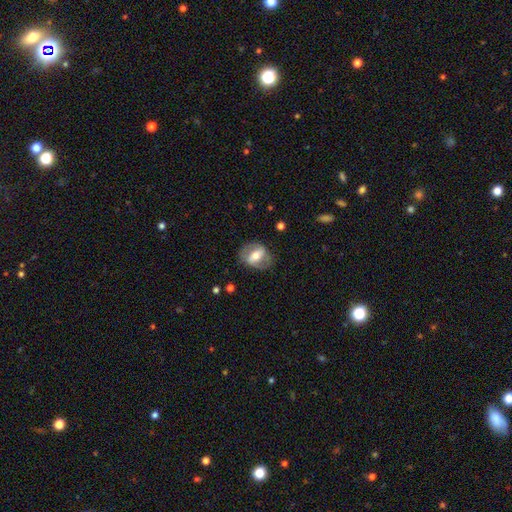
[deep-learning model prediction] This is likely a featured or disk galaxy (61%). It is clearly not viewed edge-on (92%). Bar: possibly strong (51%). Spiral arm pattern: possibly yes (54%). Central bulge: likely moderate (66%). Merging: likely none (77%).